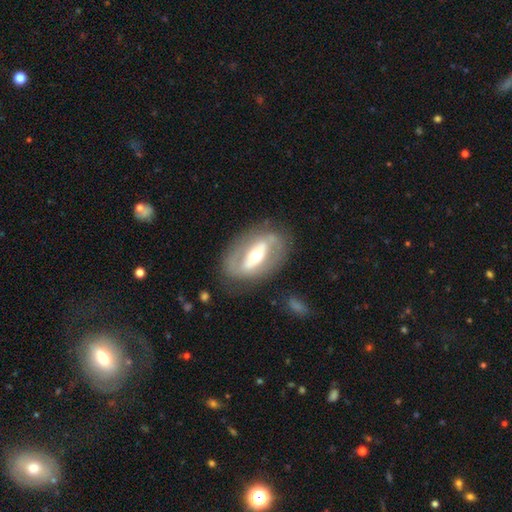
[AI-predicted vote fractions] Smooth or featured? Predicted: featured or disk (p=0.74). Edge-on disk? Predicted: no (p=0.90). Bar? Predicted: strong (p=0.56). Spiral arms? Predicted: yes (p=0.51). Bulge size? Predicted: moderate (p=0.66). Merging? Predicted: none (p=0.76).